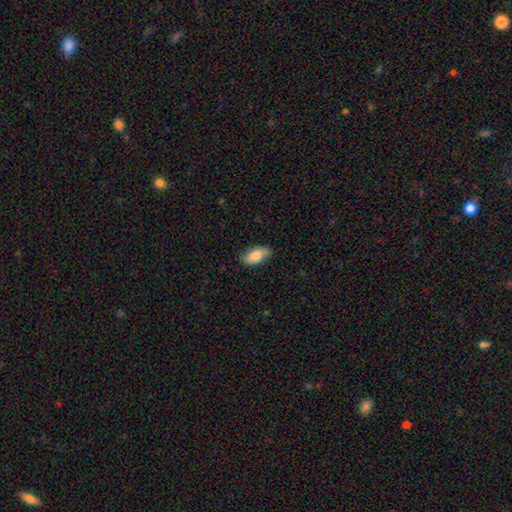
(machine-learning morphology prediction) A smooth galaxy with no disk features (81%) that is in between round and cigar-shaped (91%).

Vote fractions:
- Smooth or featured? smooth: 81% / featured or disk: 13% / star or artifact: 7%
- How rounded? in between: 91% / cigar-shaped: 5% / round: 3%
- Merging? none: 80% / minor disturbance: 16% / major disturbance: 3% / merger: 1%